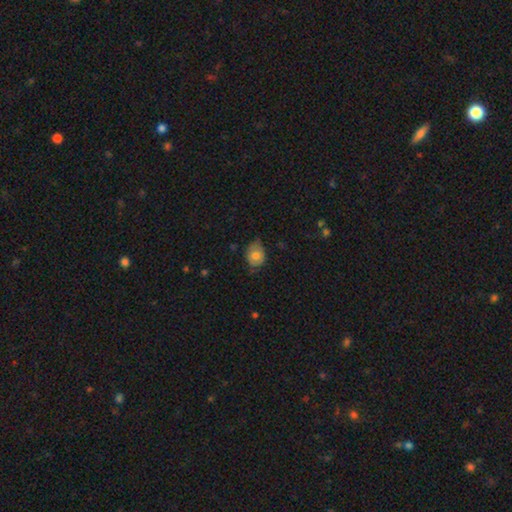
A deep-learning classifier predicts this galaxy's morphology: Smooth or featured? Predicted: smooth (p=0.67). How rounded? Predicted: in between (p=0.62). Merging? Predicted: none (p=0.56).